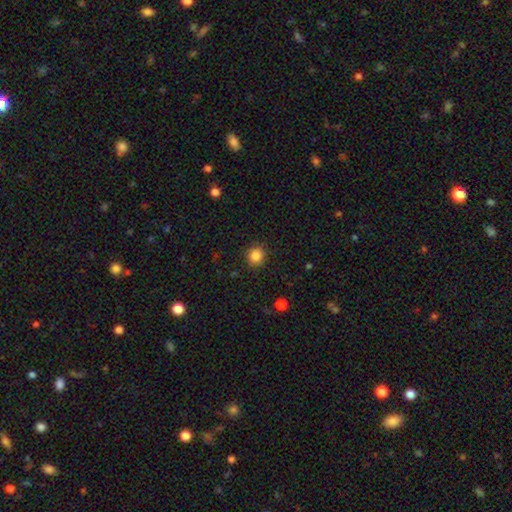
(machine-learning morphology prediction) smooth 85%, star or artifact 11%, featured or disk 4%. Down the decision tree: how rounded — round (85%); merging — none (90%).